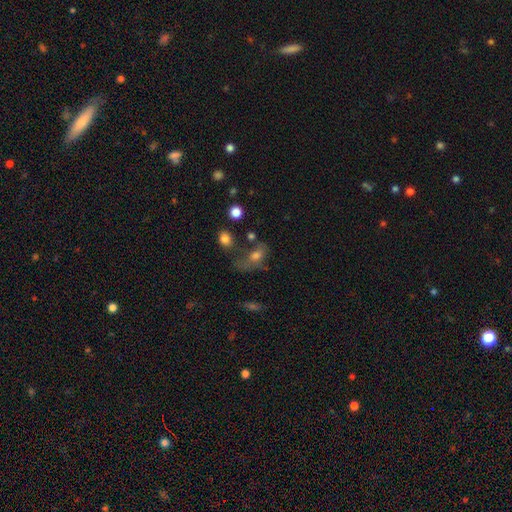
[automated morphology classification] smooth-or-featured: smooth: 62% | featured or disk: 23% | star or artifact: 16%
  how-rounded: in between: 72% | round: 24% | cigar-shaped: 4%
  merging: major disturbance: 32% | none: 31% | minor disturbance: 21% | merger: 15%